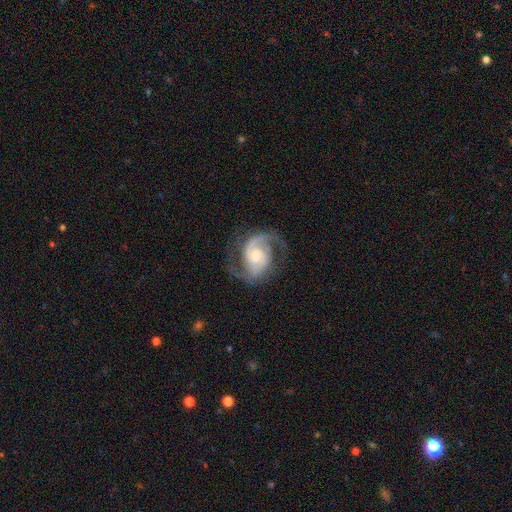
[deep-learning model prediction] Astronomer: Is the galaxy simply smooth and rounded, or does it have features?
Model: featured or disk — 89%.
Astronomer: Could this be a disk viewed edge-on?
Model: no — 98%.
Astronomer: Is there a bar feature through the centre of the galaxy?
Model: no — 59%.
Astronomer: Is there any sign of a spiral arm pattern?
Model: yes — 97%.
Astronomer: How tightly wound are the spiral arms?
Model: medium — 55%.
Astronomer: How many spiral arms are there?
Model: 2 — 87%.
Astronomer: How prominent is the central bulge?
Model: moderate — 48% (runner-up: small, 43%).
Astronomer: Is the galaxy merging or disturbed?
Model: none — 71%.